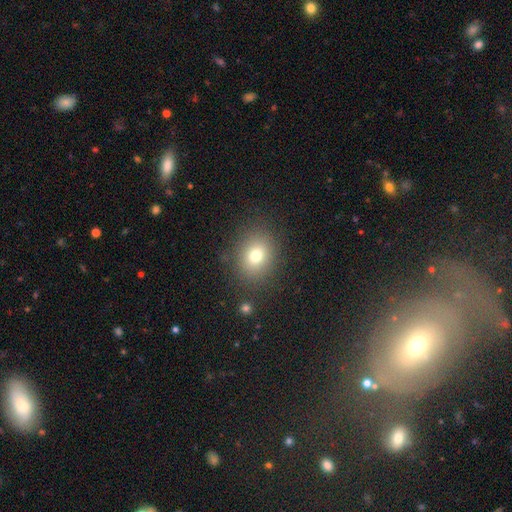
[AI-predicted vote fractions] This appears to be a smooth galaxy with no disk features (75%) that is round (61%). Merging: none (85%).